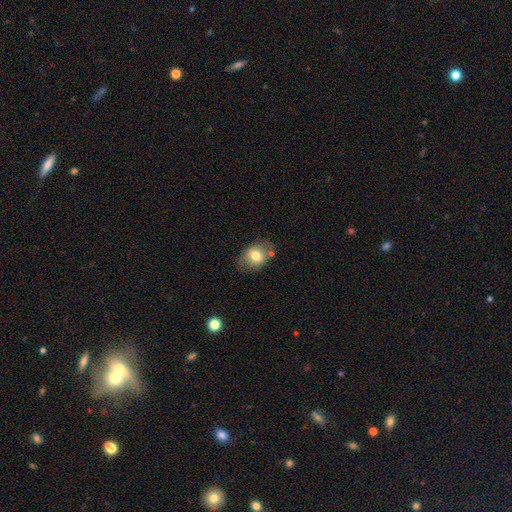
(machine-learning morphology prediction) This appears to be a smooth galaxy with no disk features (70%) that is in between round and cigar-shaped (70%). Merging: none (69%).